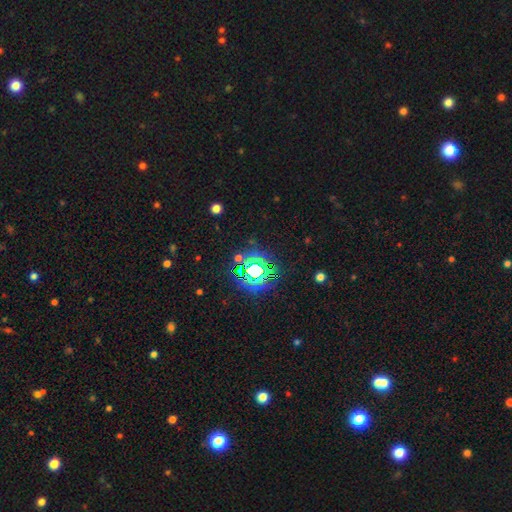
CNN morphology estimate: Smooth or featured? Predicted: star or artifact (p=0.70).